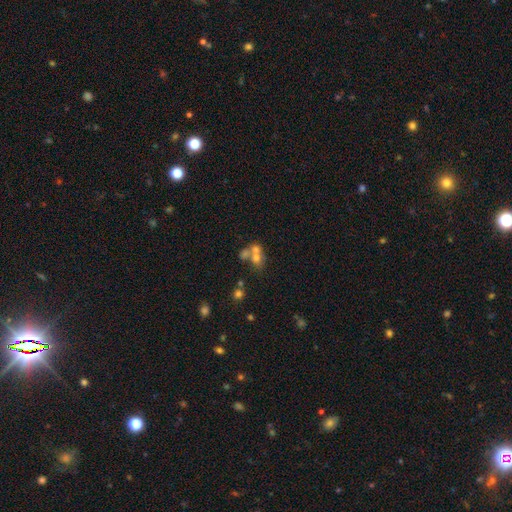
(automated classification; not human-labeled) This is possibly a smooth galaxy (57%). How rounded: possibly round (58%). Merging: likely merger (63%).